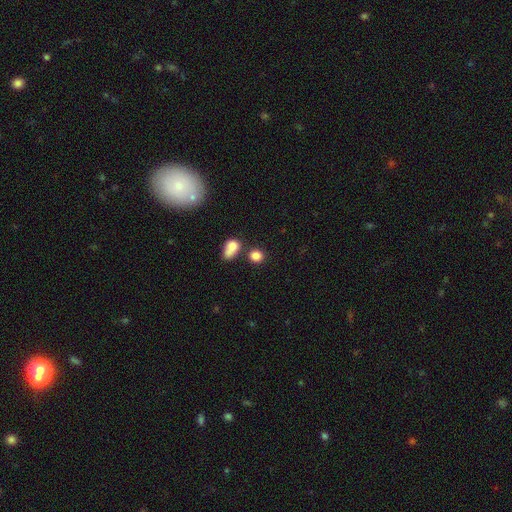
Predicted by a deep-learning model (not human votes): smooth_or_featured: smooth (p=0.83) [alt: star or artifact p=0.11]
how_rounded: round (p=0.78) [alt: in between p=0.20]
merging: none (p=0.63) [alt: merger p=0.21]